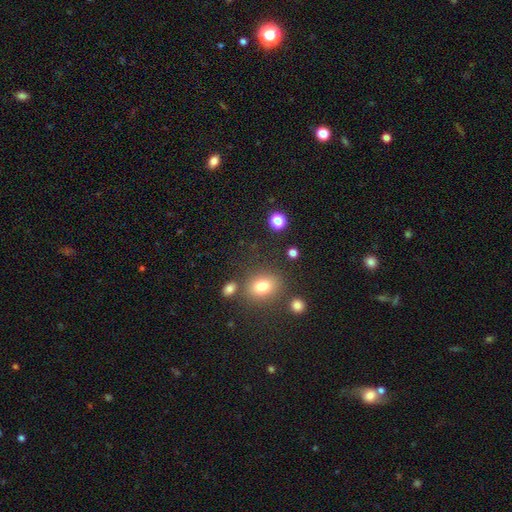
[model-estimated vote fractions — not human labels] The model was most divided on "smooth or featured": smooth: 61%, star or artifact: 29%, featured or disk: 9%. More confident: merging — none (78%); how rounded — round (72%).